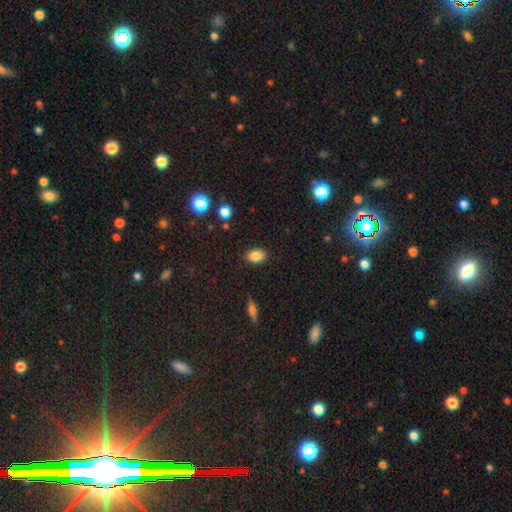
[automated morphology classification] Smooth or featured? smooth (85%)
How rounded? in between (79%)
Merging? none (87%)